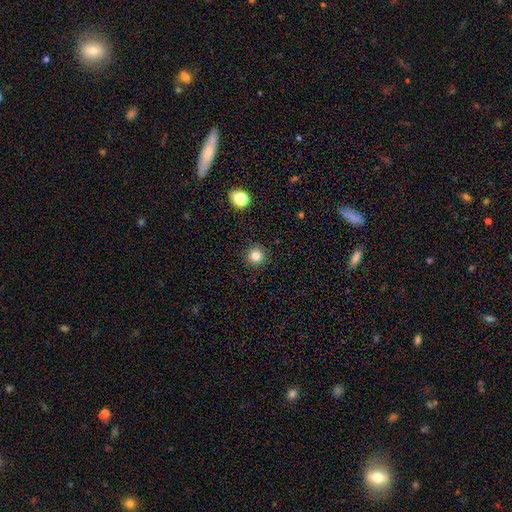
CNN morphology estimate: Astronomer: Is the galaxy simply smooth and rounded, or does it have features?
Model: smooth — 81%.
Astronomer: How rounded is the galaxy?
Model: round — 95%.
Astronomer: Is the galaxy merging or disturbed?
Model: none — 91%.